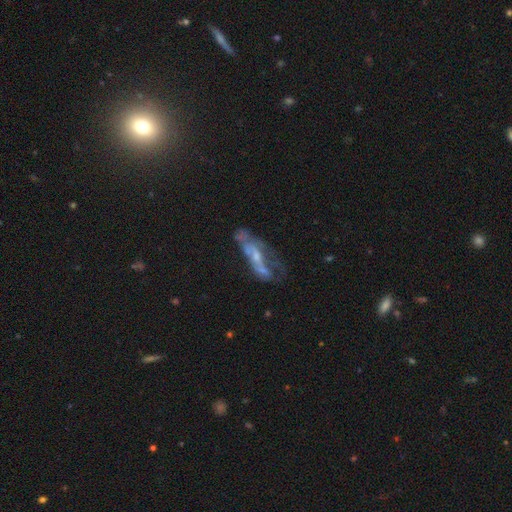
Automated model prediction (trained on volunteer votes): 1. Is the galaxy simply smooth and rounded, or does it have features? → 65% featured or disk, 25% smooth, 10% star or artifact.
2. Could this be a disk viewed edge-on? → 77% no, 23% yes.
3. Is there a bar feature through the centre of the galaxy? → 63% no, 26% weak, 12% strong.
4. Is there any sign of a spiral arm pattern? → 58% no, 42% yes.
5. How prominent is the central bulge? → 52% small, 31% moderate, 14% none, 3% large, 1% dominant.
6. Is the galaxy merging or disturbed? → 34% major disturbance (tied), 34% none (tied), 21% minor disturbance, 12% merger.